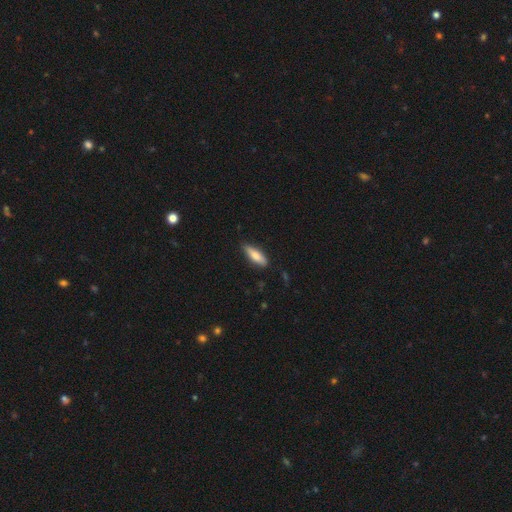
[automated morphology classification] The model was most divided on "how rounded": cigar-shaped: 50%, in between: 48%, round: 2%. More confident: merging — none (81%); smooth or featured — smooth (75%).